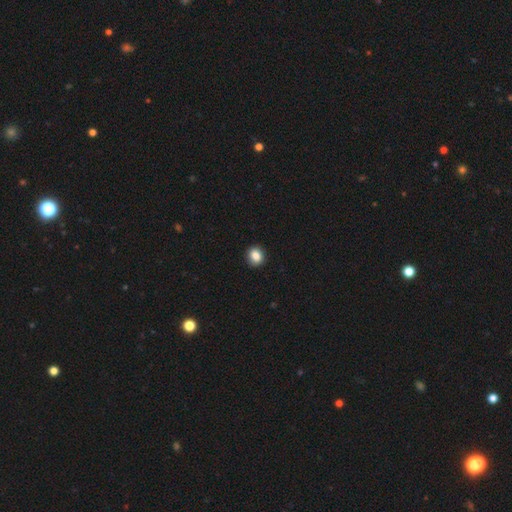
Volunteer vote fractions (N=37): Morphology: type=smooth (97%); roundness=round (75%); merging=none (86%).